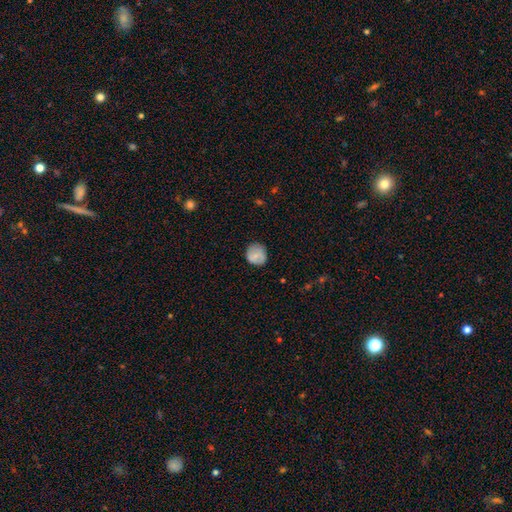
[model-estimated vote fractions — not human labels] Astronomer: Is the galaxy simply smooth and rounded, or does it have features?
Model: smooth — 76%.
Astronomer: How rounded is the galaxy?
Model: round — 81%.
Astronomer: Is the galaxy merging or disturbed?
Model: none — 79%.